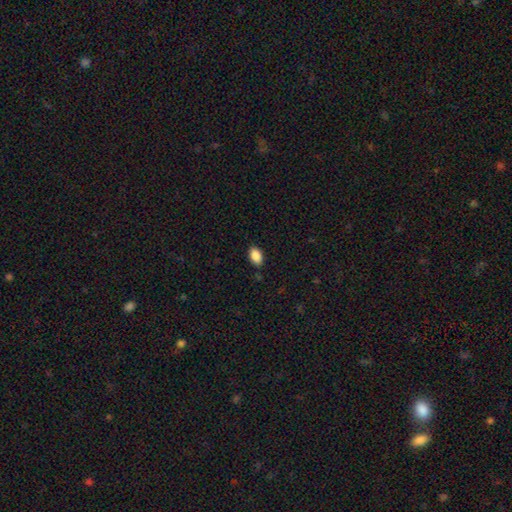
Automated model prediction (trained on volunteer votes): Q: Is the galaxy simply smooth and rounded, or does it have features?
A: smooth — 89%.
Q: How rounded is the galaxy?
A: in between — 90%.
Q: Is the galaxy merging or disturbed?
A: none — 87%.